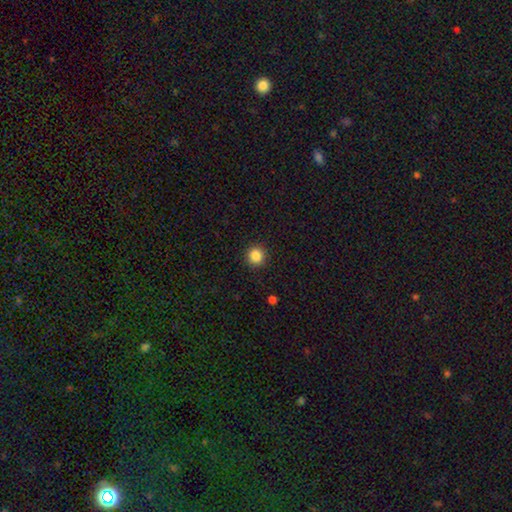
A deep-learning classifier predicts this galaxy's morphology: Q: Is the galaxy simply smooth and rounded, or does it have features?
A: smooth — 86%.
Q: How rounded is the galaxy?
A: round — 90%.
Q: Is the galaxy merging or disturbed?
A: none — 91%.